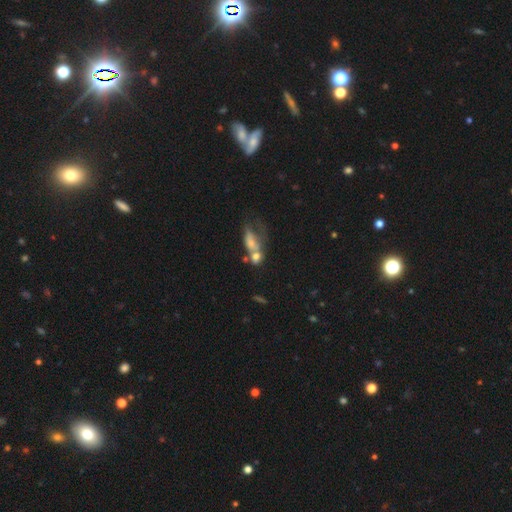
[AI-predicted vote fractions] Morphology: type=smooth (55%); roundness=in between (70%); merging=merger (51%).